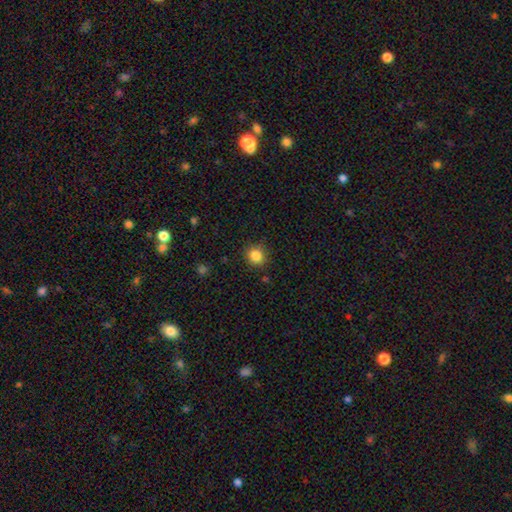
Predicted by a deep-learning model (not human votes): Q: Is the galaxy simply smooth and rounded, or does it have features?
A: smooth — 84%.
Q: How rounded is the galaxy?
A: round — 87%.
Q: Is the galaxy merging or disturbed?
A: none — 87%.